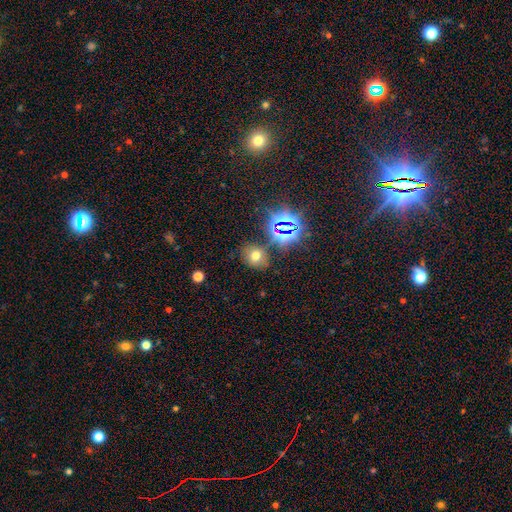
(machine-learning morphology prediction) The model was most divided on "how rounded": round: 62%, in between: 37%, cigar-shaped: 1%. More confident: merging — none (79%); smooth or featured — smooth (61%).